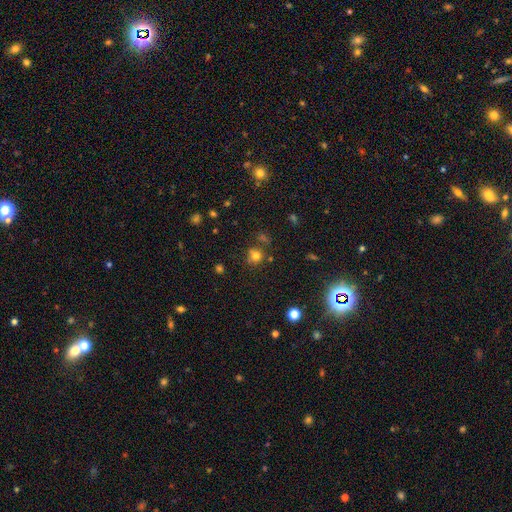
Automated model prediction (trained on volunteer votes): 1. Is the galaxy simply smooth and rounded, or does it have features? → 73% smooth, 19% star or artifact, 8% featured or disk.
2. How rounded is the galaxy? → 86% round, 13% in between, 1% cigar-shaped.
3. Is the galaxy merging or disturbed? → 69% none, 14% minor disturbance, 12% merger, 5% major disturbance.